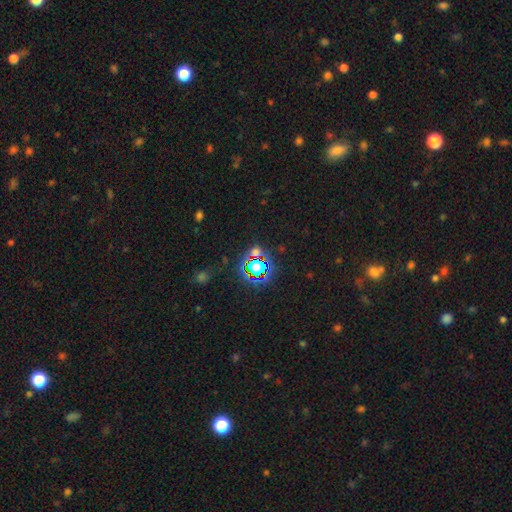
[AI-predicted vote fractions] Smooth or featured: star or artifact — 75% (smooth — 16%)